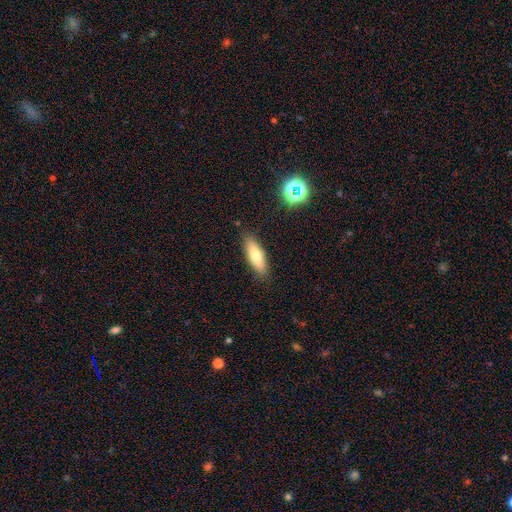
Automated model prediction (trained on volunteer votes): The model was most divided on "how rounded": in between: 54%, cigar-shaped: 44%, round: 2%. More confident: merging — none (86%); smooth or featured — smooth (70%).